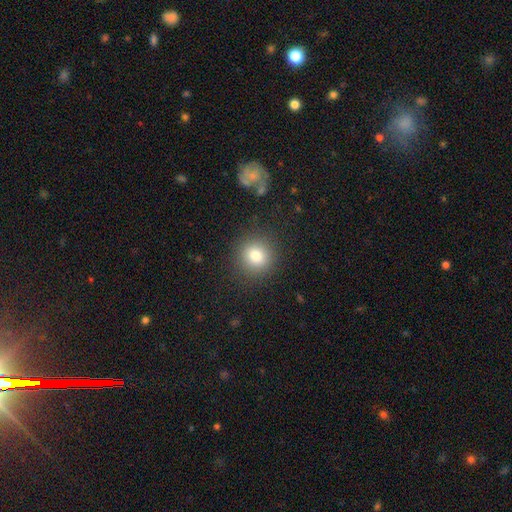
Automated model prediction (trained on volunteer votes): Q: Smooth or featured?
A: smooth (80%); runner-up: star or artifact (12%)
Q: How rounded?
A: round (89%); runner-up: in between (10%)
Q: Merging?
A: none (88%); runner-up: minor disturbance (7%)